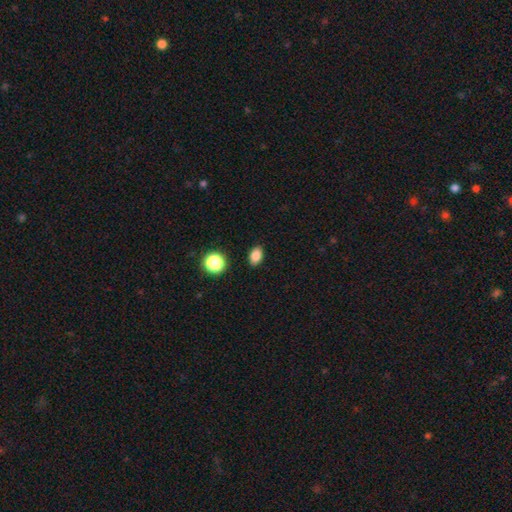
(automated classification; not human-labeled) Smooth or featured? Predicted: smooth (p=0.84). How rounded? Predicted: in between (p=0.82). Merging? Predicted: none (p=0.89).